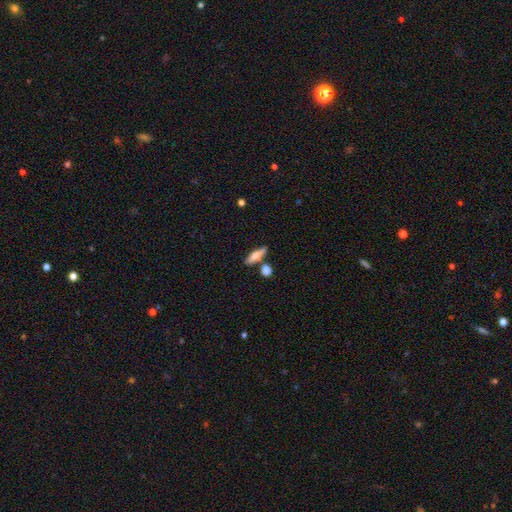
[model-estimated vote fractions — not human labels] This is likely a smooth galaxy (69%). How rounded: possibly cigar-shaped (57%). Merging: likely none (65%).